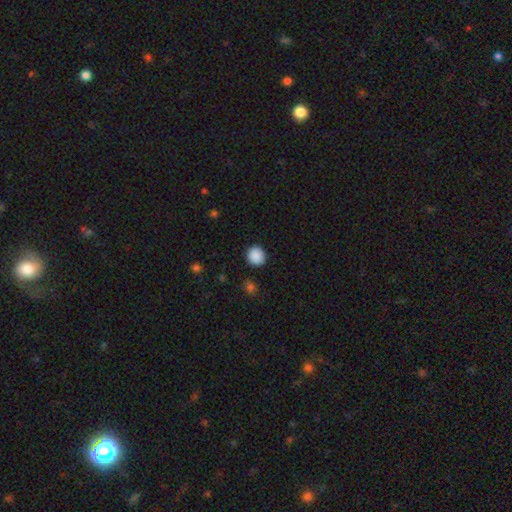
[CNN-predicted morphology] This appears to be a smooth galaxy with no disk features (89%) that is round (87%). Merging: none (90%).